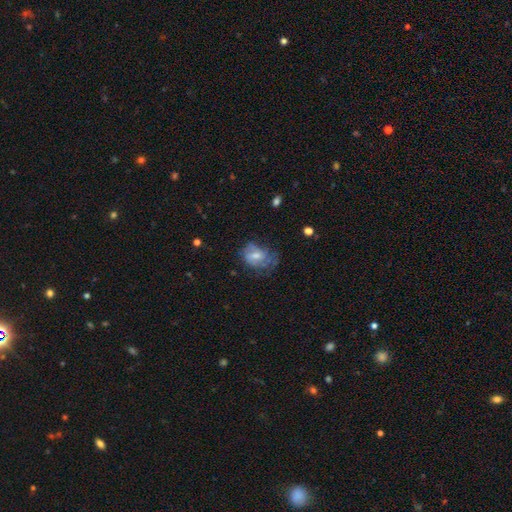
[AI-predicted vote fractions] Smooth or featured?
  - smooth: 51% *
  - featured or disk: 40%
  - star or artifact: 9%
How rounded?
  - in between: 70% *
  - round: 28%
  - cigar-shaped: 1%
Merging?
  - none: 37% *
  - minor disturbance: 31%
  - major disturbance: 29%
  - merger: 2%